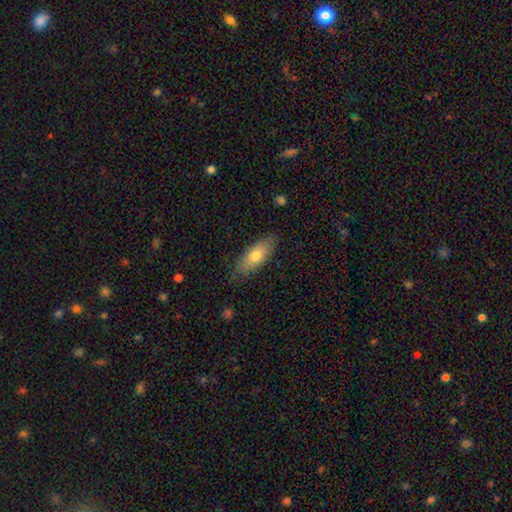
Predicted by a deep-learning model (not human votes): Morphology: type=smooth (73%); roundness=in between (73%); merging=none (82%).